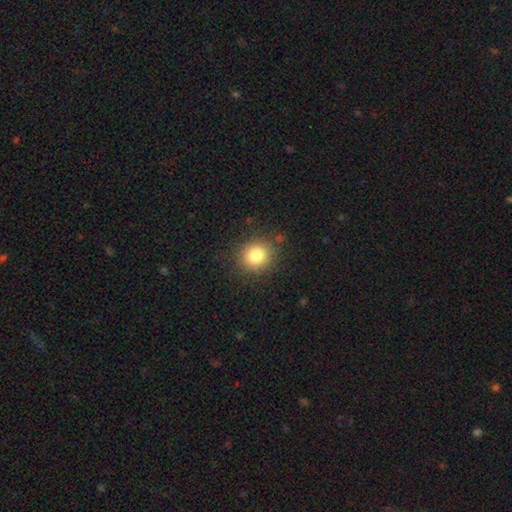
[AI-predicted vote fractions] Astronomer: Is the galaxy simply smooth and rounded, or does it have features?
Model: smooth — 82%.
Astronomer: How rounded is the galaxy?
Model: round — 86%.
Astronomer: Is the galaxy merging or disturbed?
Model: none — 87%.